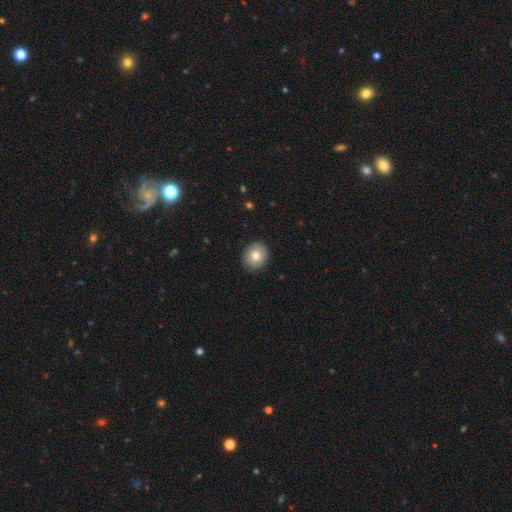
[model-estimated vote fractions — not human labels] smooth_or_featured: smooth (p=0.78) [alt: featured or disk p=0.13]
how_rounded: round (p=0.76) [alt: in between p=0.23]
merging: none (p=0.91) [alt: minor disturbance p=0.07]